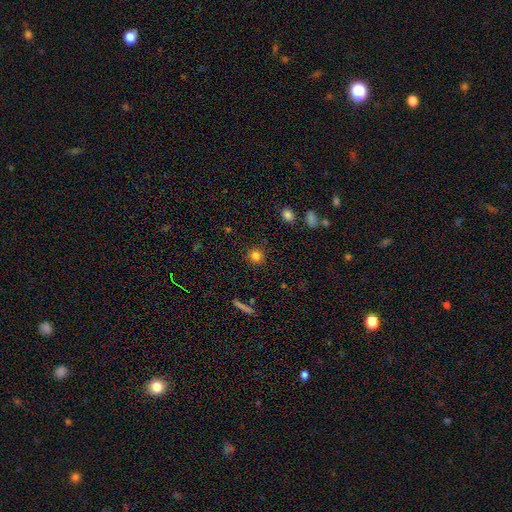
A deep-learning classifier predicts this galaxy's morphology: Smooth or featured: smooth — 82% (star or artifact — 13%)
How rounded: round — 92% (in between — 7%)
Merging: none — 89% (minor disturbance — 7%)